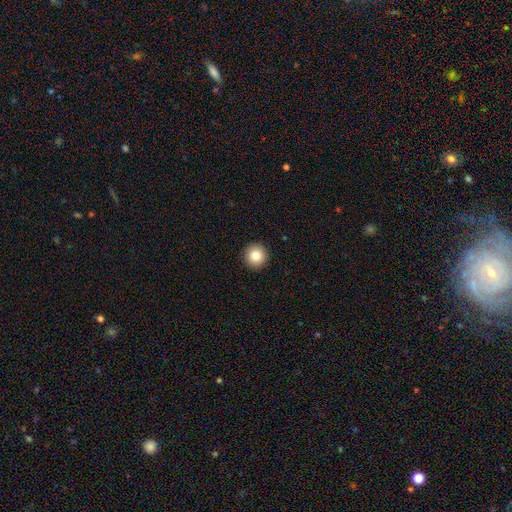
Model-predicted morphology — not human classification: The model was most divided on "smooth or featured": smooth: 83%, star or artifact: 10%, featured or disk: 7%. More confident: how rounded — round (95%); merging — none (93%).